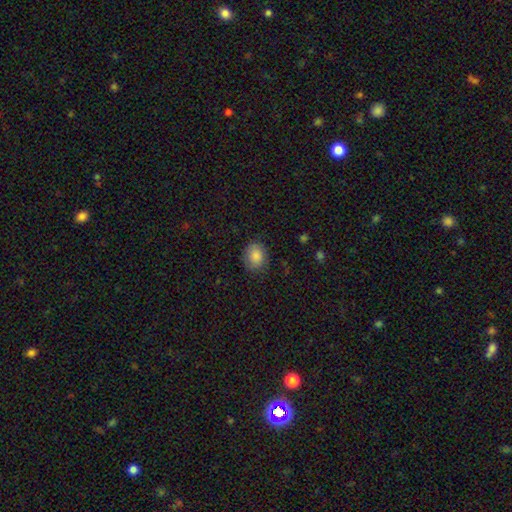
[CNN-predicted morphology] This is clearly a smooth galaxy (85%). How rounded: possibly round (56%). Merging: clearly none (82%).